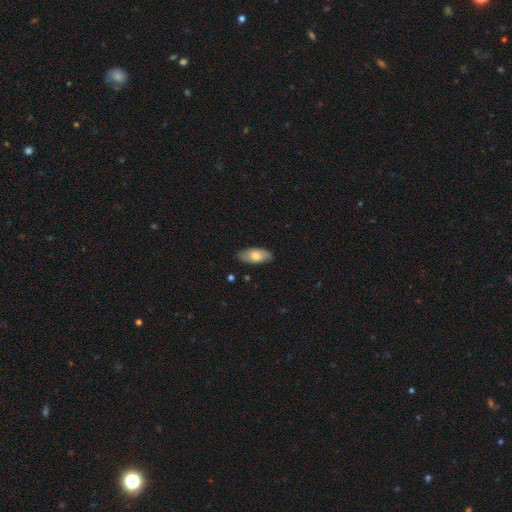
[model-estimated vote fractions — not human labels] A smooth galaxy with no disk features (70%) that is in between round and cigar-shaped (90%). Merging: none (85%).